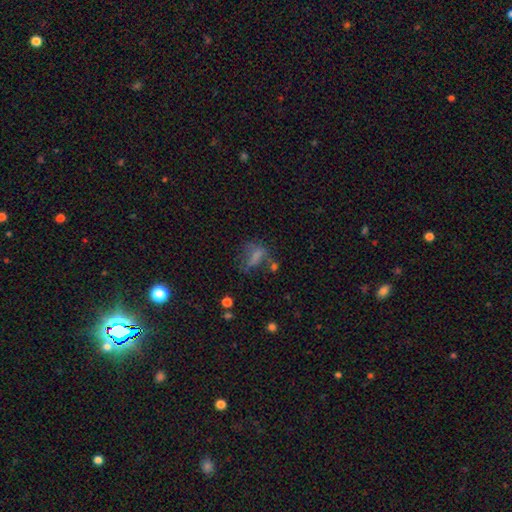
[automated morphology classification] Q: Smooth or featured?
A: smooth (56%); runner-up: featured or disk (26%)
Q: How rounded?
A: in between (66%); runner-up: cigar-shaped (17%)
Q: Merging?
A: none (34%); runner-up: major disturbance (33%)